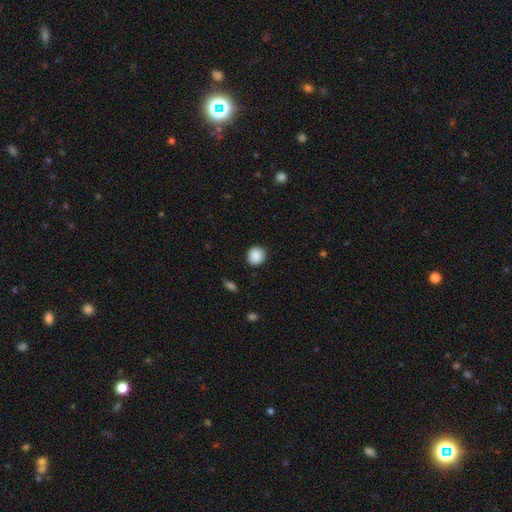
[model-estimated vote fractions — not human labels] smooth 88%, star or artifact 8%, featured or disk 4%. Down the decision tree: how rounded — round (87%); merging — none (87%).